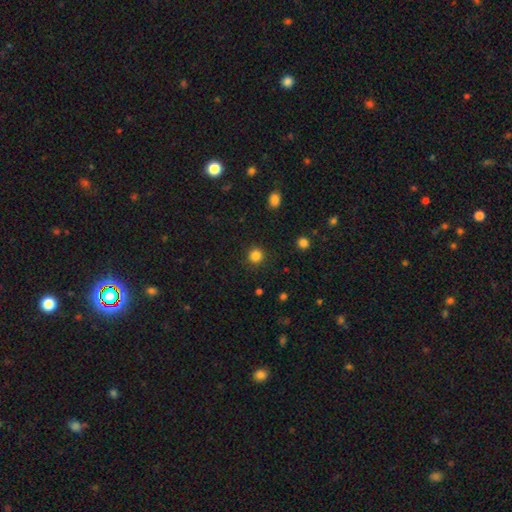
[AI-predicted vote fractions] Morphology: type=smooth (84%); roundness=round (92%); merging=none (90%).